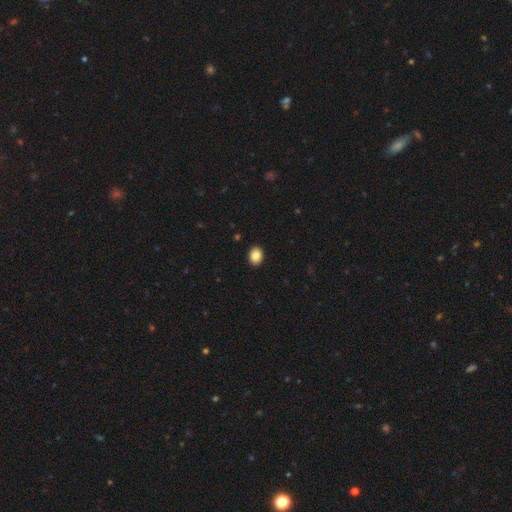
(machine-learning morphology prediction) The model was most divided on "how rounded": in between: 55%, round: 45%, cigar-shaped: 1%. More confident: merging — none (92%); smooth or featured — smooth (87%).